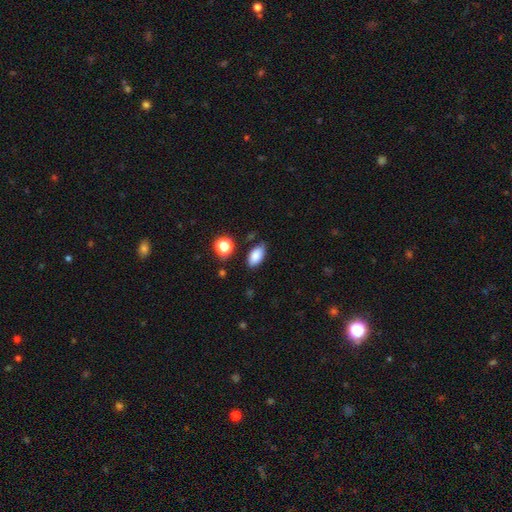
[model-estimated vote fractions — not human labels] smooth 83%, star or artifact 9%, featured or disk 8%. Down the decision tree: how rounded — in between (91%); merging — none (75%).